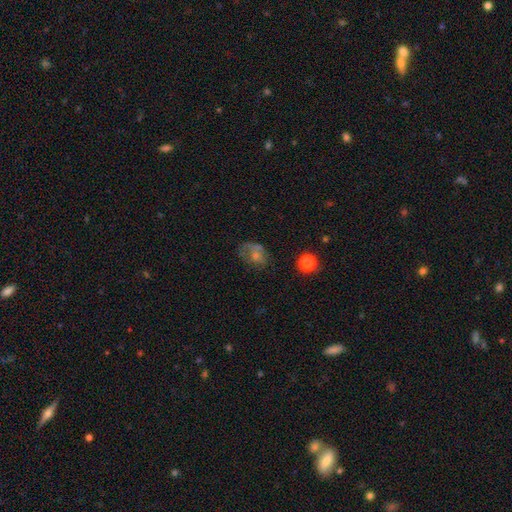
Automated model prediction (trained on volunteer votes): smooth-or-featured: featured or disk: 40% | smooth: 39% | star or artifact: 21%
  merging: none: 48% | minor disturbance: 24% | major disturbance: 23% | merger: 5%